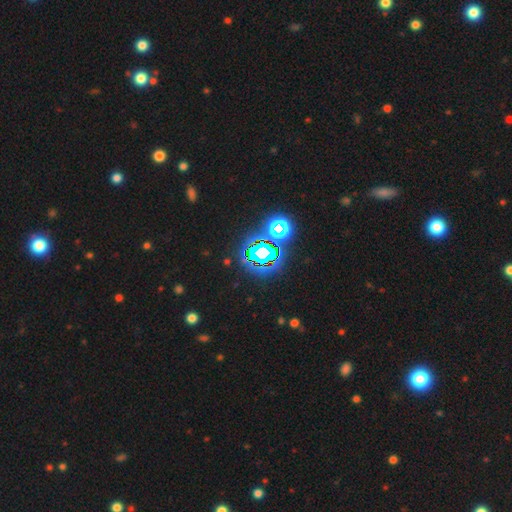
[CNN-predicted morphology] This is likely a star or artifact rather than a galaxy (78%).